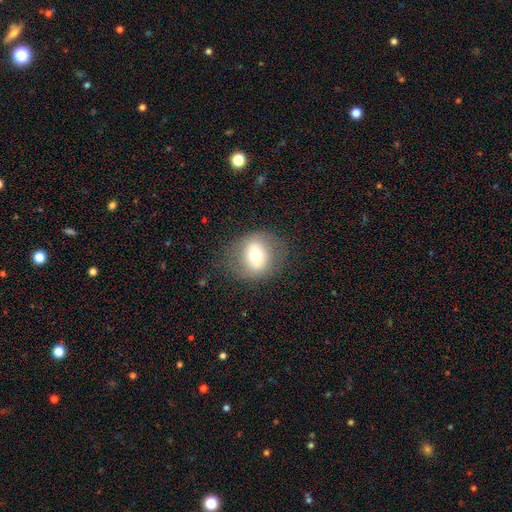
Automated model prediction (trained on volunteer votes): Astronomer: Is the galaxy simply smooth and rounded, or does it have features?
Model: smooth — 60%.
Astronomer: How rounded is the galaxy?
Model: round — 70%.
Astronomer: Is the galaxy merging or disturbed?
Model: none — 78%.